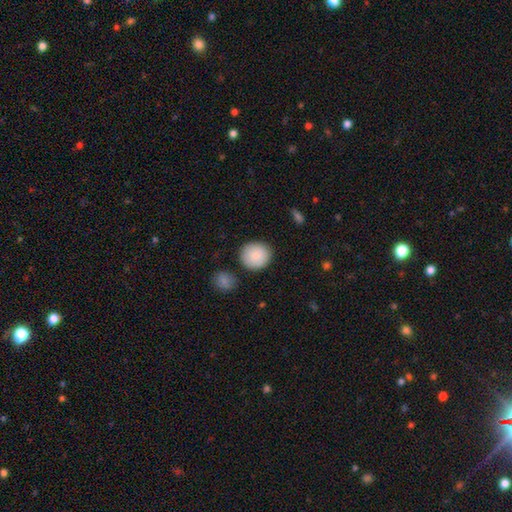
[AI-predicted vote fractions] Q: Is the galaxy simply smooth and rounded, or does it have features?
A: smooth — 88%.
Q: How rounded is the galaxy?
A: round — 87%.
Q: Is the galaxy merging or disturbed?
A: none — 85%.